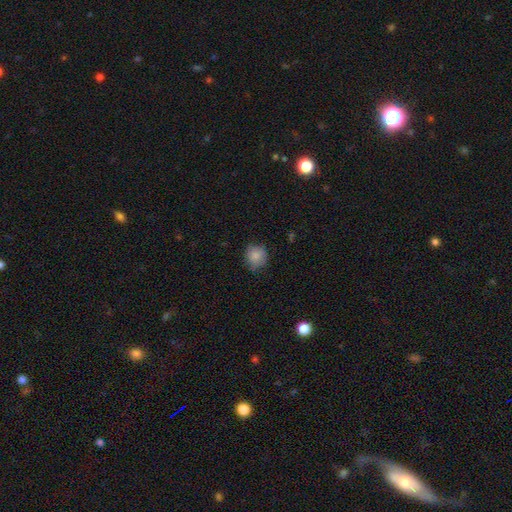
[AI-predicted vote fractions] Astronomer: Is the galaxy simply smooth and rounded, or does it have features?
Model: smooth — 84%.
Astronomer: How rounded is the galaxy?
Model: round — 82%.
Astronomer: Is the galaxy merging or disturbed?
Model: none — 76%.